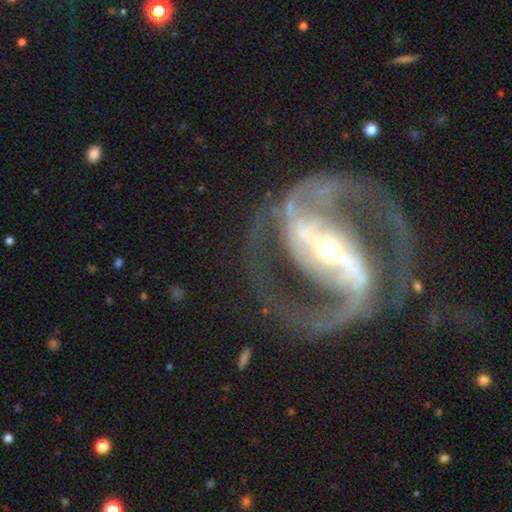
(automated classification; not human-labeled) featured or disk 92%, star or artifact 5%, smooth 3%. Down the decision tree: edge-on disk — no (97%); bar — strong (76%); spiral arms — yes (97%); spiral arm count — 2 (93%); spiral winding — medium (62%); bulge size — small (47%); merging — none (76%).